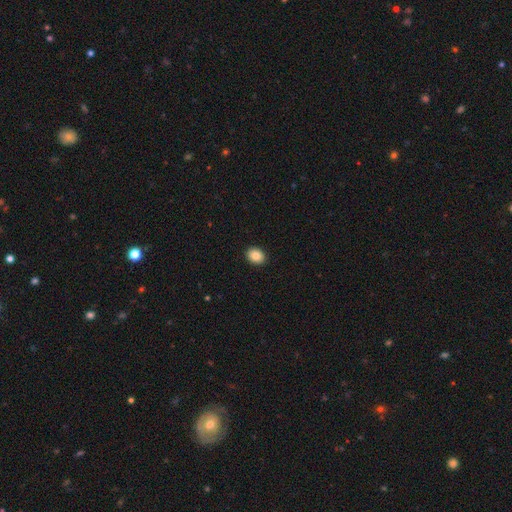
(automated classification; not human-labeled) This is clearly a smooth galaxy (87%). How rounded: possibly in between (58%). Merging: clearly none (91%).